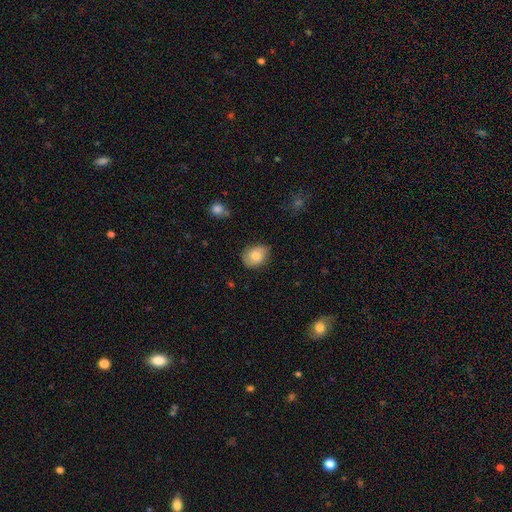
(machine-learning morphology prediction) smooth-or-featured: smooth: 71% | featured or disk: 21% | star or artifact: 8%
  how-rounded: in between: 54% | round: 45% | cigar-shaped: 1%
  merging: none: 75% | minor disturbance: 20% | major disturbance: 4% | merger: 1%